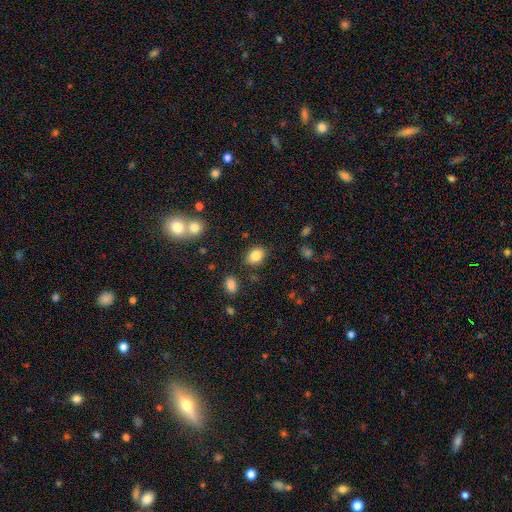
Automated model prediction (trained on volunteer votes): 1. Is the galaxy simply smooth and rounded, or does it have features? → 84% smooth, 9% star or artifact, 7% featured or disk.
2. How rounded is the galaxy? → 72% in between, 27% round, 1% cigar-shaped.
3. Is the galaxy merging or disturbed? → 81% none, 12% minor disturbance, 3% major disturbance, 3% merger.